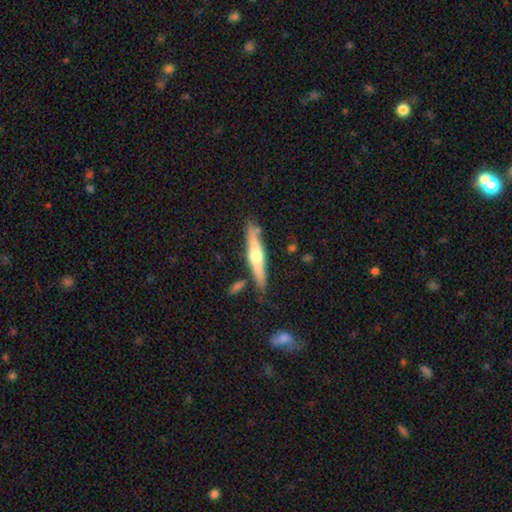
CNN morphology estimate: This appears to be a featured or disk galaxy (57%) viewed edge-on (93%) with a rounded central bulge (90%). Merging: none (77%).